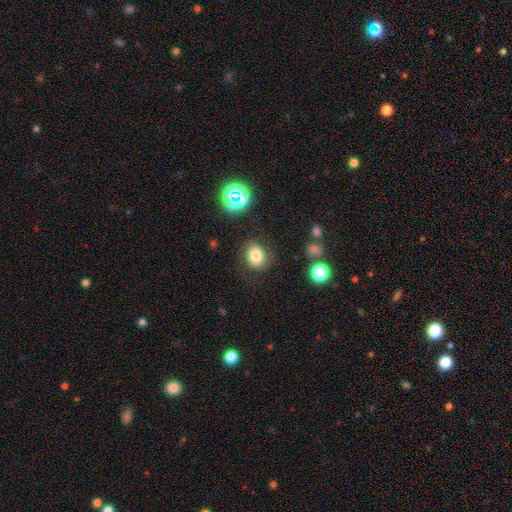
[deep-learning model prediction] This appears to be a smooth galaxy with no disk features (76%) that is round (59%). Merging: none (78%).